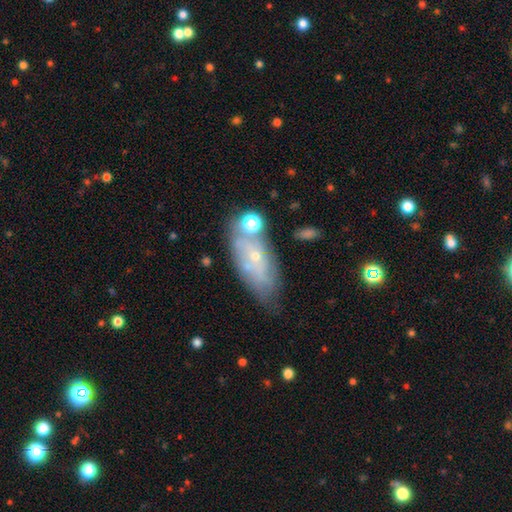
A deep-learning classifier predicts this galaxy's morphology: Smooth or featured? featured or disk (53%)
Edge-on disk? no (85%)
Merging? none (51%)